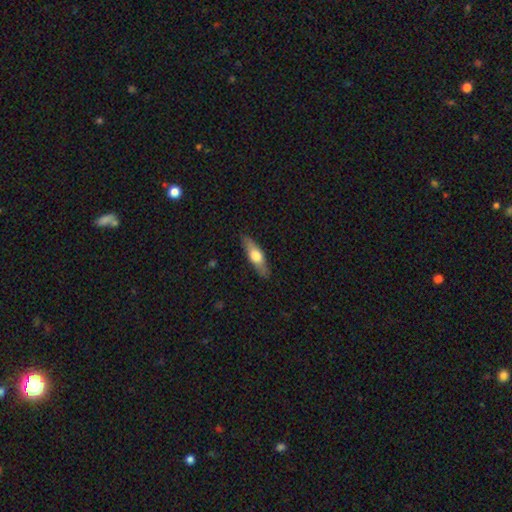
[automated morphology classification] smooth-or-featured: smooth: 54% | featured or disk: 41% | star or artifact: 6%
  how-rounded: cigar-shaped: 58% | in between: 39% | round: 3%
  merging: none: 87% | minor disturbance: 10% | major disturbance: 2% | merger: 1%